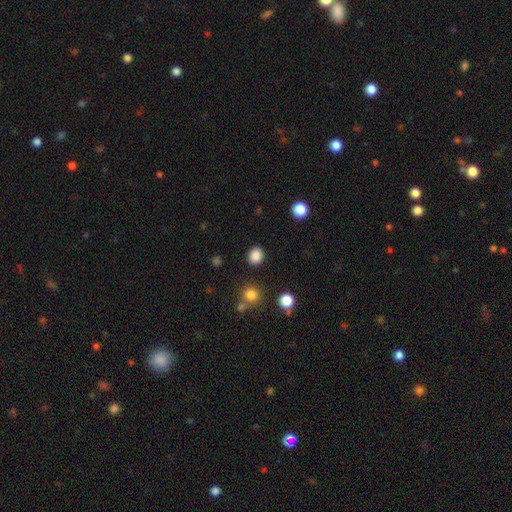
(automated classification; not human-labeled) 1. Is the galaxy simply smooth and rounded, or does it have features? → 86% smooth, 11% star or artifact, 3% featured or disk.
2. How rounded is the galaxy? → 66% round, 33% in between, 1% cigar-shaped.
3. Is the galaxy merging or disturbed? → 87% none, 7% minor disturbance, 3% major disturbance, 2% merger.